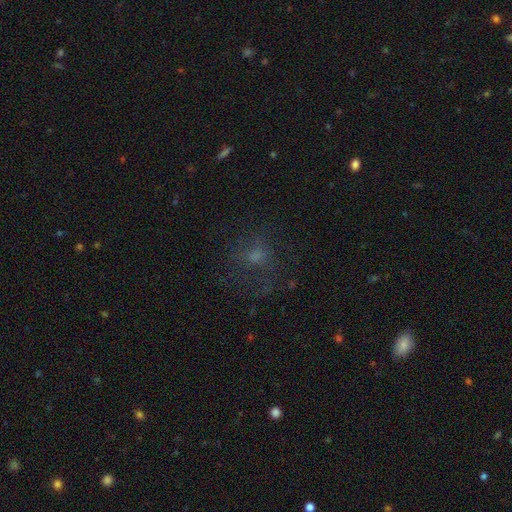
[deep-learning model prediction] Smooth or featured: smooth — 46% (star or artifact — 27%)
Merging: none — 57% (major disturbance — 24%)